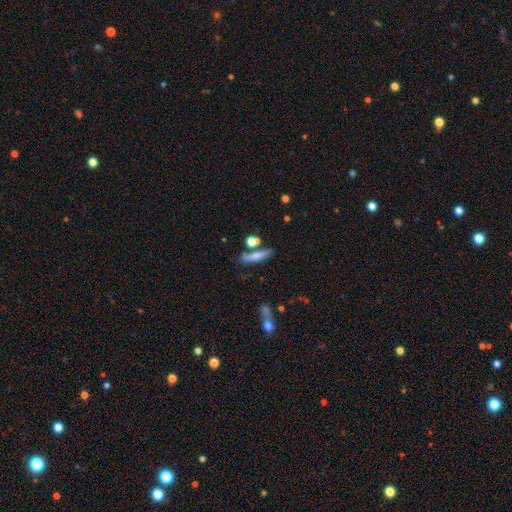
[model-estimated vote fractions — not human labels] This appears to be a smooth galaxy with no disk features (68%) that is cigar-shaped (76%). Merging: none (68%).